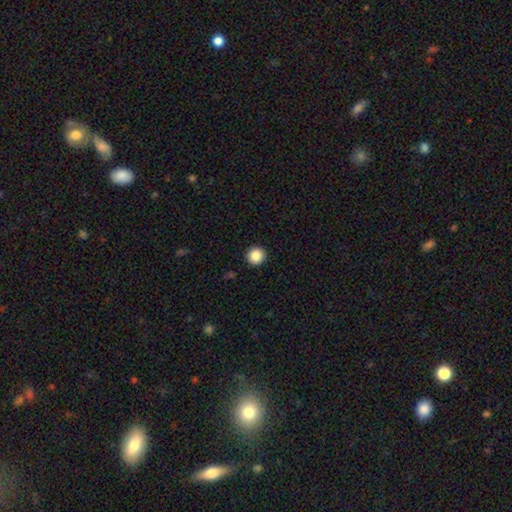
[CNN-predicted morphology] A smooth galaxy with no disk features (86%) that is round (95%). Merging: none (93%).